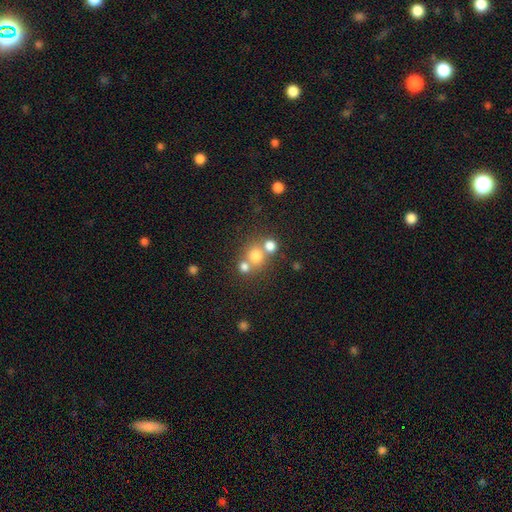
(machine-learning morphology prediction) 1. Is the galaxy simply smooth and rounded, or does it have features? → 72% smooth, 17% star or artifact, 12% featured or disk.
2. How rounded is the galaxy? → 85% round, 14% in between, 1% cigar-shaped.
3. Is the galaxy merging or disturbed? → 52% none, 37% merger, 7% minor disturbance, 4% major disturbance.